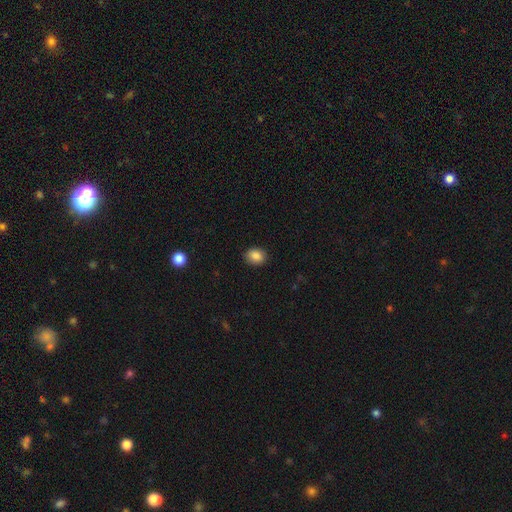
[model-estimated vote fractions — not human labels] This is clearly a smooth galaxy (87%). How rounded: possibly in between (56%). Merging: clearly none (88%).